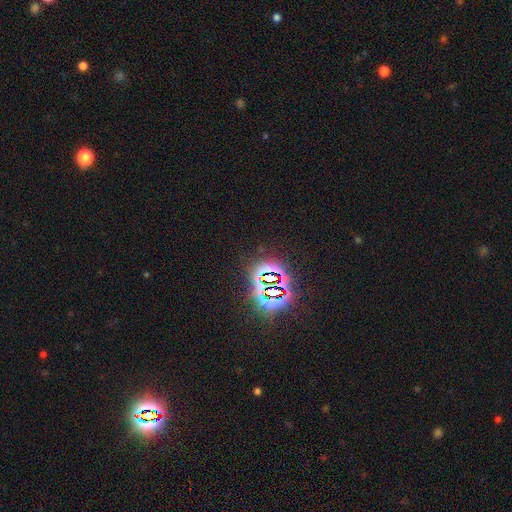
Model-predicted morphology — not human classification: smooth-or-featured: star or artifact: 83% | smooth: 10% | featured or disk: 7%